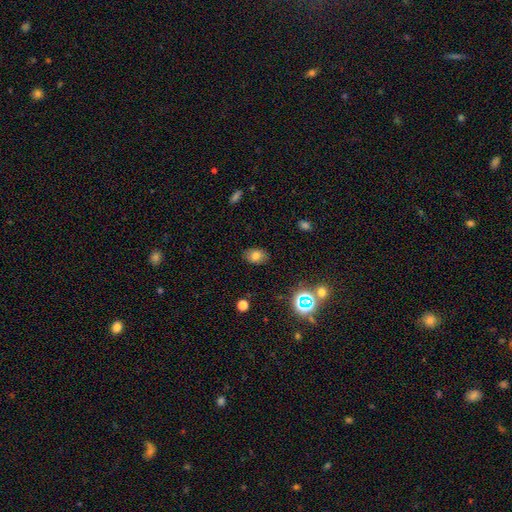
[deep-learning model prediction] smooth_or_featured: smooth (p=0.75) [alt: star or artifact p=0.15]
how_rounded: in between (p=0.76) [alt: round p=0.22]
merging: none (p=0.85) [alt: minor disturbance p=0.10]